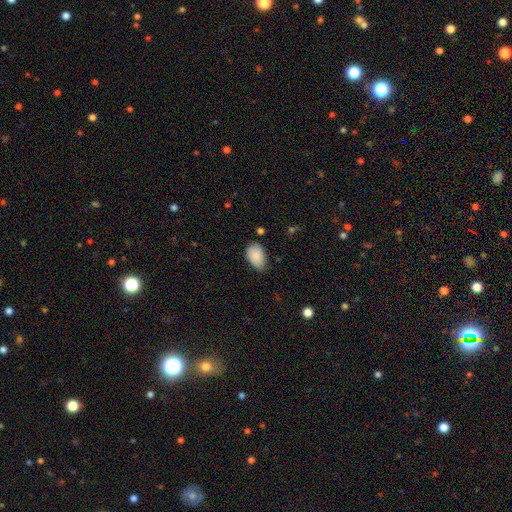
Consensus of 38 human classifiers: Smooth or featured? 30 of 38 (79%) said smooth. How rounded? 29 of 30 (97%) said in between. Merging? 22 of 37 (59%) said none.